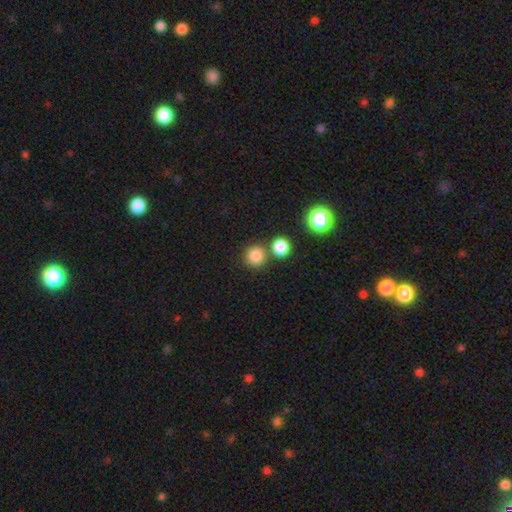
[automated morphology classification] smooth_or_featured: smooth (p=0.82) [alt: star or artifact p=0.13]
how_rounded: round (p=0.92) [alt: in between p=0.07]
merging: none (p=0.73) [alt: merger p=0.17]